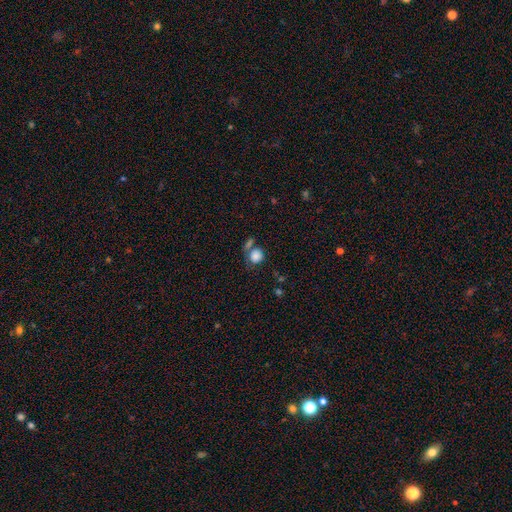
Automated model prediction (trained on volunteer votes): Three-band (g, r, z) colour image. It shows a smooth galaxy with no disk features (83%) that is round (82%). Merging: none (50%).